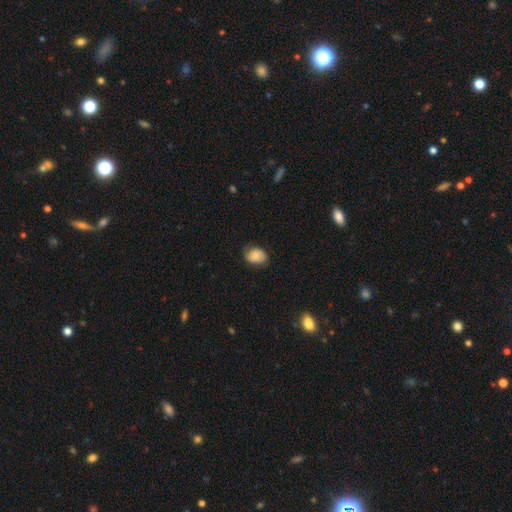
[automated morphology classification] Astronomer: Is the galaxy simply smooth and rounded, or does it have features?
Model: smooth — 73%.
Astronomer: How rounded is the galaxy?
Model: in between — 65%.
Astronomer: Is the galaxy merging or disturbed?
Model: none — 71%.